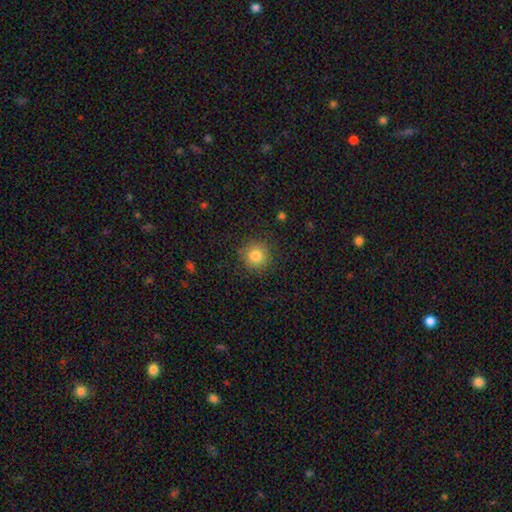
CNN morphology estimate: A smooth galaxy with no disk features (82%) that is round (94%). Merging: none (88%).